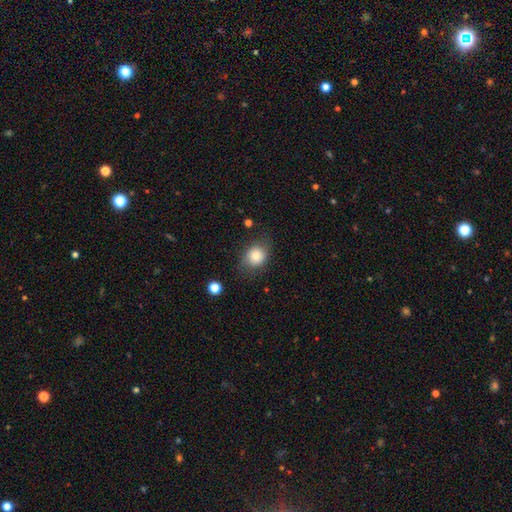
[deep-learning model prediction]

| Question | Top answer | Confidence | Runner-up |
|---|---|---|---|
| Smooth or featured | smooth | 79% | featured or disk (12%) |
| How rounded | round | 57% | in between (42%) |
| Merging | none | 70% | minor disturbance (20%) |